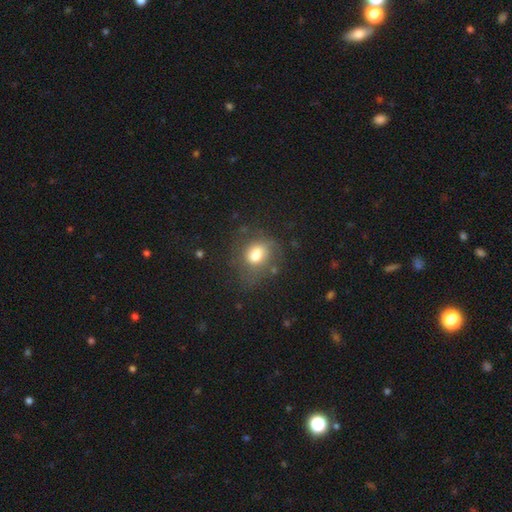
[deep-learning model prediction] Smooth or featured? Predicted: smooth (p=0.71). How rounded? Predicted: in between (p=0.52). Merging? Predicted: none (p=0.54).